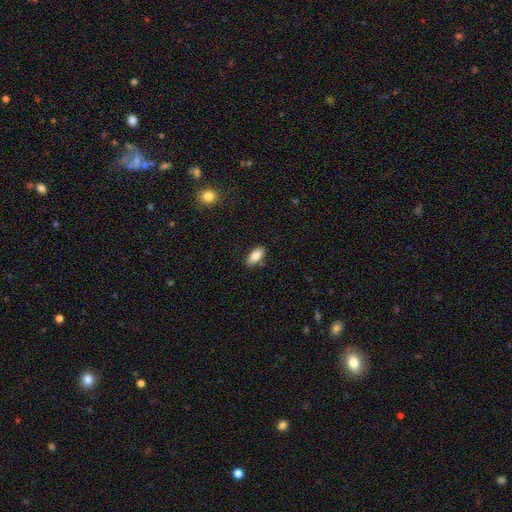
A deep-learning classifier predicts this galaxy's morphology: smooth-or-featured: smooth: 83% | featured or disk: 10% | star or artifact: 7%
  how-rounded: in between: 87% | cigar-shaped: 11% | round: 2%
  merging: none: 83% | minor disturbance: 12% | merger: 3% | major disturbance: 2%